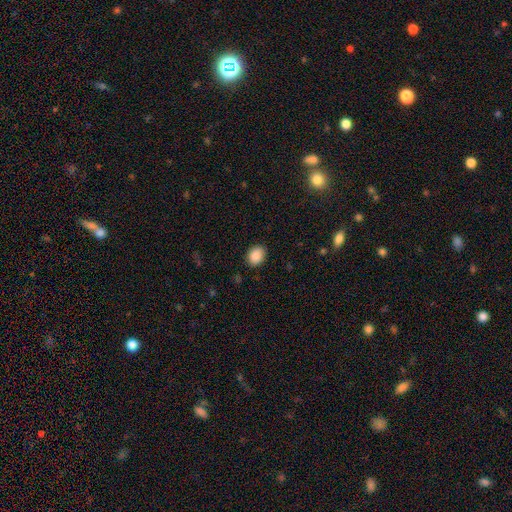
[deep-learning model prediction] A smooth galaxy with no disk features (89%) that is in between round and cigar-shaped (59%).

Vote fractions:
- Smooth or featured? smooth: 89% / star or artifact: 8% / featured or disk: 3%
- How rounded? in between: 59% / round: 40% / cigar-shaped: 1%
- Merging? none: 87% / minor disturbance: 9% / major disturbance: 2% / merger: 1%